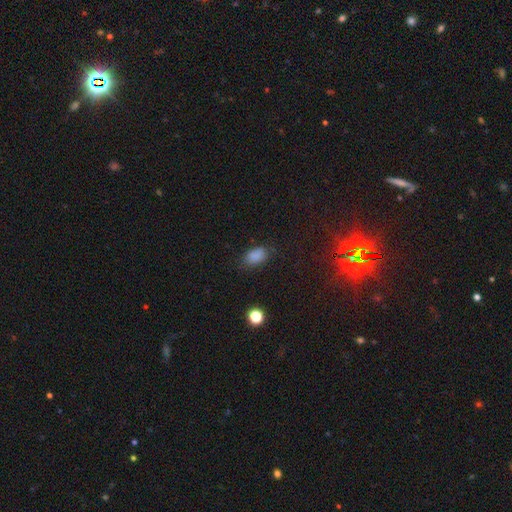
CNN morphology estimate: Smooth or featured?
  - smooth: 84% *
  - star or artifact: 12%
  - featured or disk: 4%
How rounded?
  - in between: 88% *
  - round: 10%
  - cigar-shaped: 2%
Merging?
  - none: 75% *
  - minor disturbance: 19%
  - major disturbance: 5%
  - merger: 2%